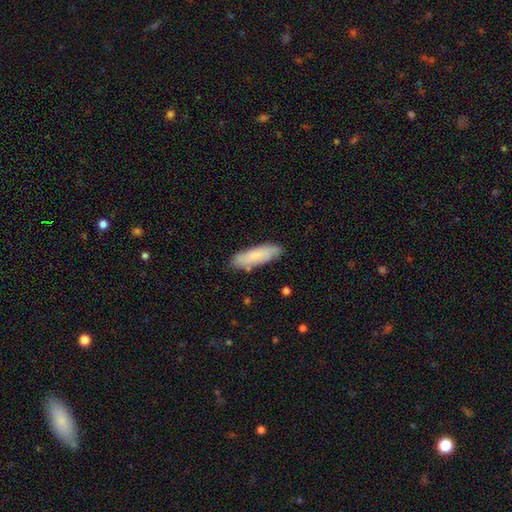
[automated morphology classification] type=smooth (79%); roundness=cigar-shaped (54%); merging=none (84%).